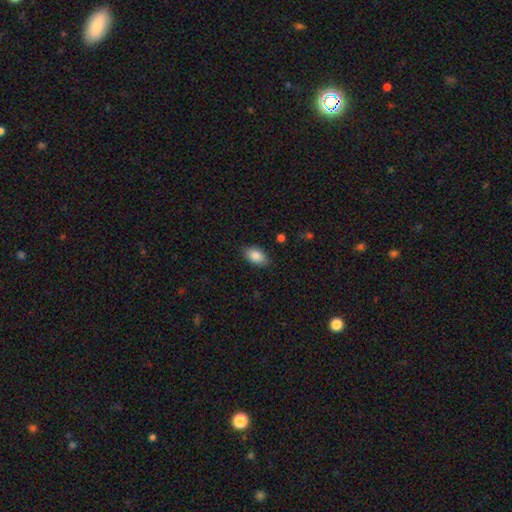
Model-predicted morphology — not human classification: type=smooth (87%); roundness=in between (91%); merging=none (84%).